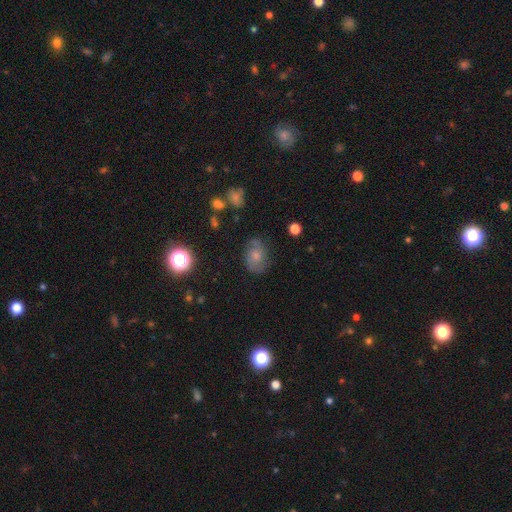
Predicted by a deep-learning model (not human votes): Smooth or featured? Predicted: featured or disk (p=0.45). Merging? Predicted: none (p=0.68).